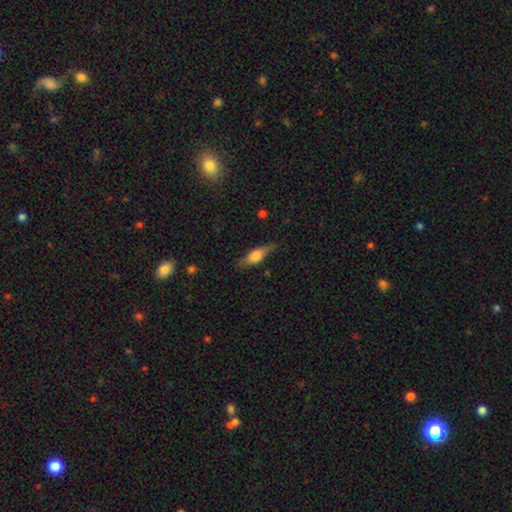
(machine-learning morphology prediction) A smooth galaxy with no disk features (63%) that is in between round and cigar-shaped (58%).

Vote fractions:
- Smooth or featured? smooth: 63% / featured or disk: 30% / star or artifact: 7%
- How rounded? in between: 58% / cigar-shaped: 39% / round: 3%
- Merging? none: 71% / minor disturbance: 22% / major disturbance: 5% / merger: 2%